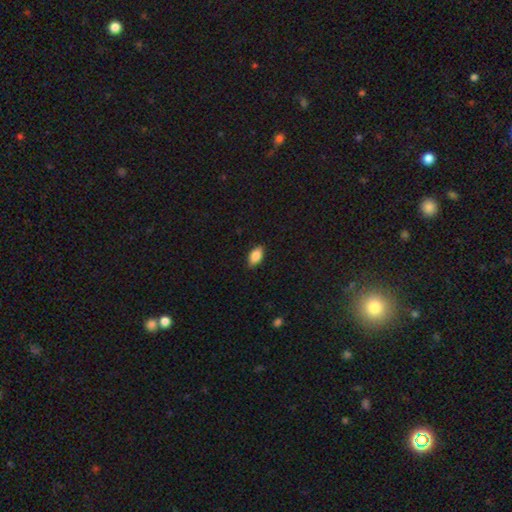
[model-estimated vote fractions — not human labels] Smooth or featured?
  - smooth: 83% *
  - featured or disk: 10%
  - star or artifact: 7%
How rounded?
  - in between: 89% *
  - cigar-shaped: 6%
  - round: 4%
Merging?
  - none: 87% *
  - minor disturbance: 10%
  - major disturbance: 2%
  - merger: 1%